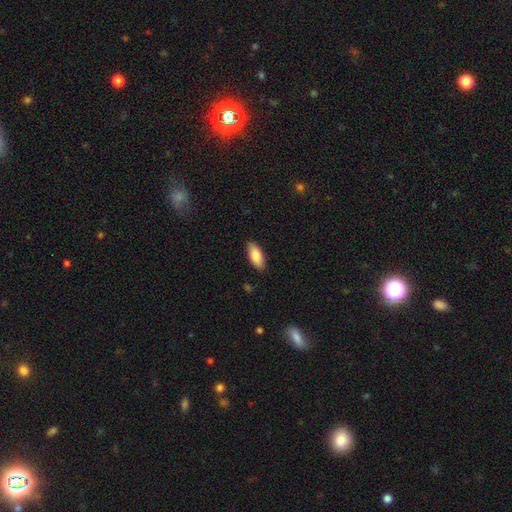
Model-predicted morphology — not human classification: Overall: smooth (84%). How rounded: in between (84%). Merging: none (87%).